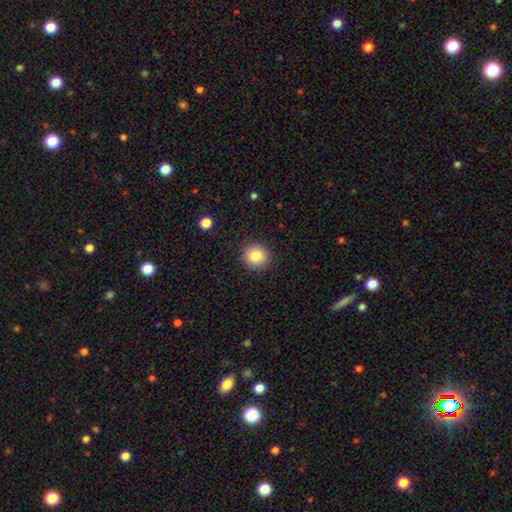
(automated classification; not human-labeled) smooth-or-featured: smooth: 83% | star or artifact: 10% | featured or disk: 7%
  how-rounded: round: 93% | in between: 6% | cigar-shaped: 1%
  merging: none: 90% | minor disturbance: 7% | major disturbance: 2% | merger: 1%